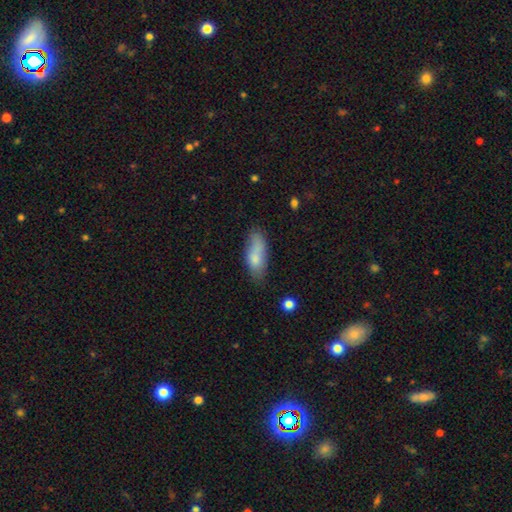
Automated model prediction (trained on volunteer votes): Smooth or featured: smooth — 79% (featured or disk — 14%)
How rounded: in between — 73% (cigar-shaped — 24%)
Merging: none — 61% (minor disturbance — 27%)